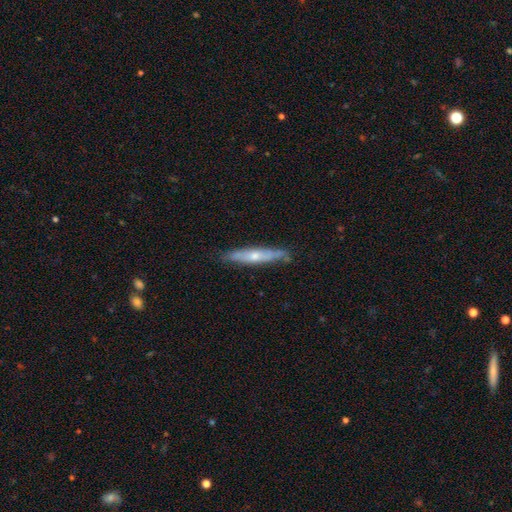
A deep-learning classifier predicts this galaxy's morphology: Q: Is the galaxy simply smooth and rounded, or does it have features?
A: featured or disk — 57%.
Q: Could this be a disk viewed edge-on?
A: yes — 82%.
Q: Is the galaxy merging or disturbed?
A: none — 79%.